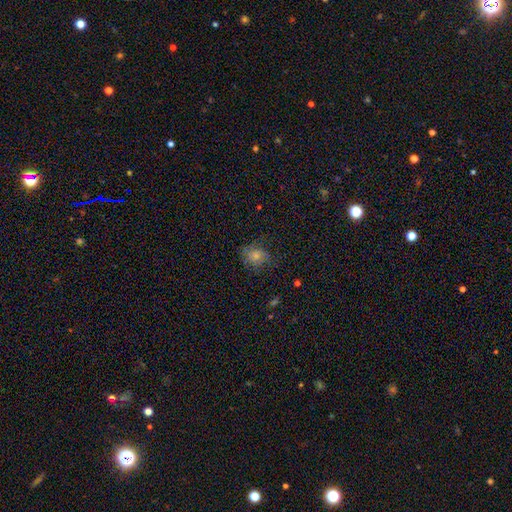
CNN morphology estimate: Smooth or featured? Predicted: smooth (p=0.65). How rounded? Predicted: round (p=0.58). Merging? Predicted: none (p=0.60).